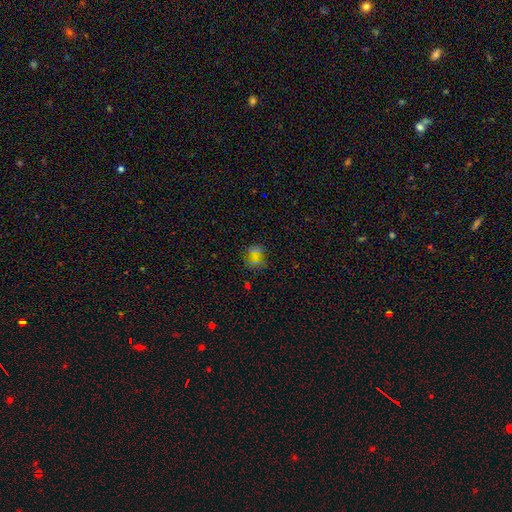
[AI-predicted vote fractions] smooth-or-featured: star or artifact: 38% | smooth: 37% | featured or disk: 25%